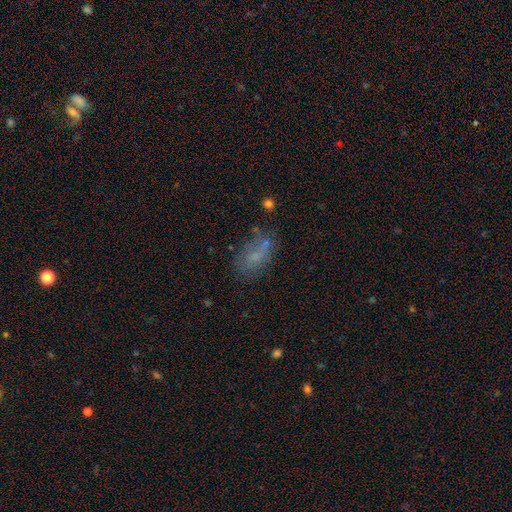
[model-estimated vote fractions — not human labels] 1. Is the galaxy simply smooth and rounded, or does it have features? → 58% smooth, 26% featured or disk, 16% star or artifact.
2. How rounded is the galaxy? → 85% in between, 8% cigar-shaped, 7% round.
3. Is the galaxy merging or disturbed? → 46% none, 24% minor disturbance, 20% major disturbance, 10% merger.